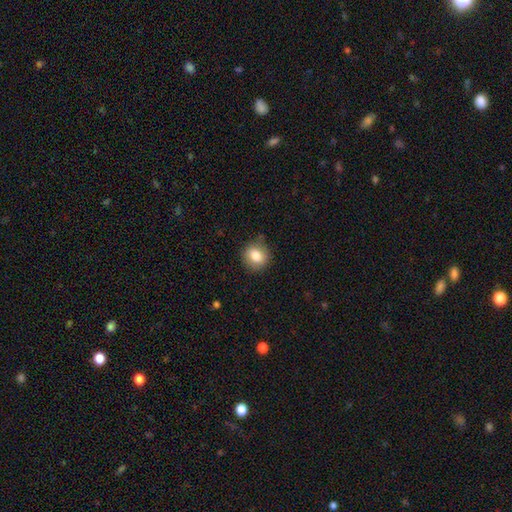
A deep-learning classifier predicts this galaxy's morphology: smooth_or_featured: smooth (p=0.82) [alt: star or artifact p=0.09]
how_rounded: round (p=0.81) [alt: in between p=0.18]
merging: none (p=0.83) [alt: minor disturbance p=0.13]